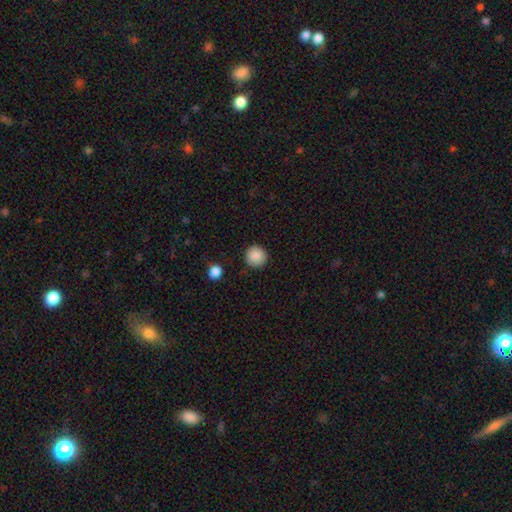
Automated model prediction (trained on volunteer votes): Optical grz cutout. It shows a smooth galaxy with no disk features (89%) that is round (94%). Merging: none (90%).